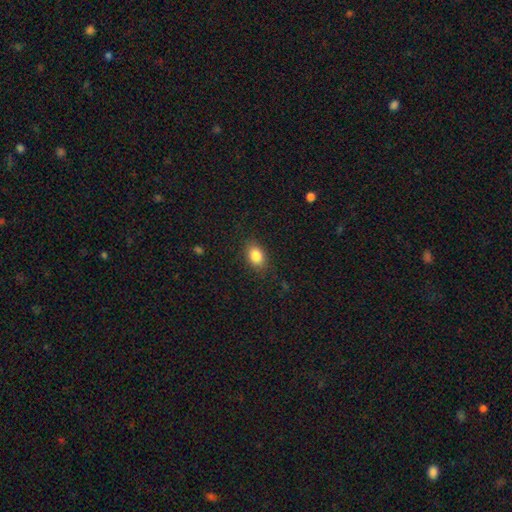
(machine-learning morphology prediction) Q: Smooth or featured?
A: smooth (85%); runner-up: star or artifact (9%)
Q: How rounded?
A: in between (77%); runner-up: round (21%)
Q: Merging?
A: none (85%); runner-up: minor disturbance (11%)